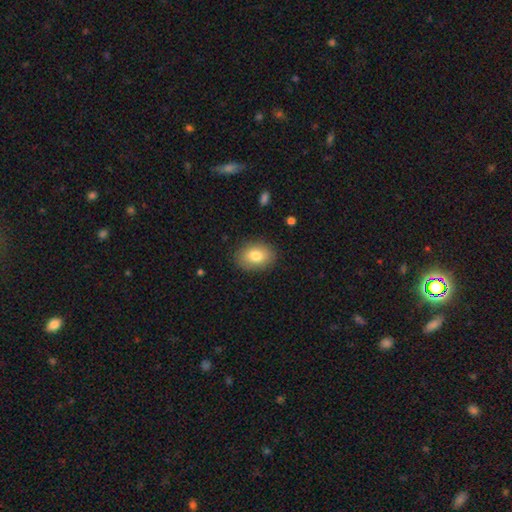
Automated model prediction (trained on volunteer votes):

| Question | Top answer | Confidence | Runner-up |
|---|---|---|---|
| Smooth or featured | smooth | 81% | featured or disk (11%) |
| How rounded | in between | 76% | round (23%) |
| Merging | none | 87% | minor disturbance (9%) |